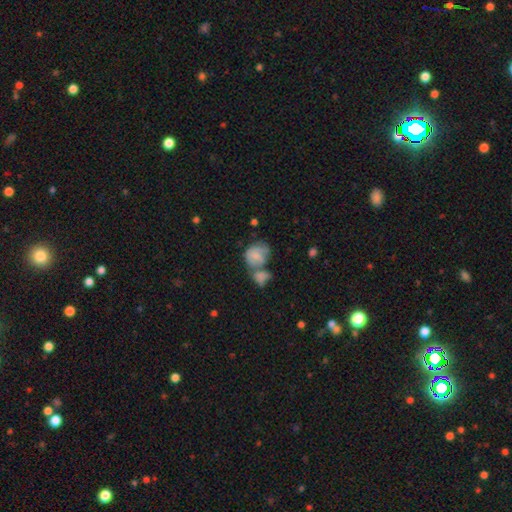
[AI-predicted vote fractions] Q: Smooth or featured?
A: smooth (65%); runner-up: featured or disk (27%)
Q: How rounded?
A: round (49%); tied with: in between (49%)
Q: Merging?
A: merger (56%); runner-up: none (20%)